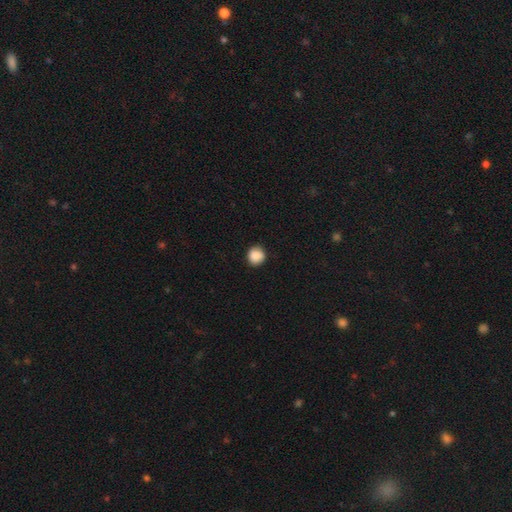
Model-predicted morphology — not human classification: The model was most divided on "merging": none: 85%, minor disturbance: 11%, major disturbance: 2%, merger: 1%. More confident: how rounded — round (88%); smooth or featured — smooth (87%).